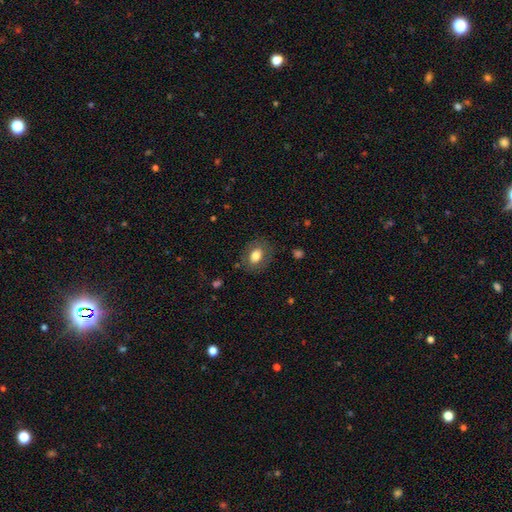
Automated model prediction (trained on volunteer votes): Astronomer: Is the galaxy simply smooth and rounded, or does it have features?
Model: smooth — 76%.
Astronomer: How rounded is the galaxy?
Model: in between — 66%.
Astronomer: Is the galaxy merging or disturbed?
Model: none — 81%.